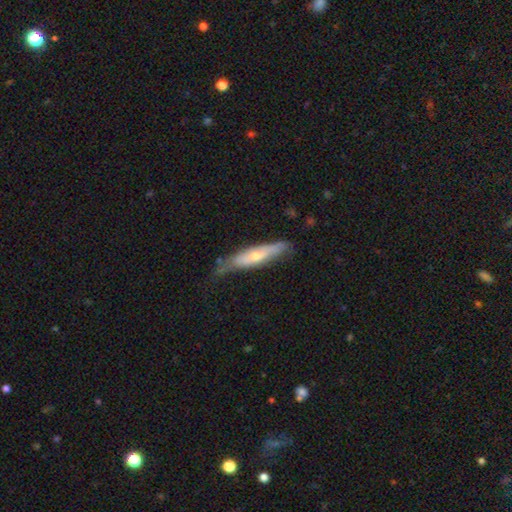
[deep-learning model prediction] This appears to be a featured or disk galaxy (54%) viewed edge-on (62%). Merging: none (57%).